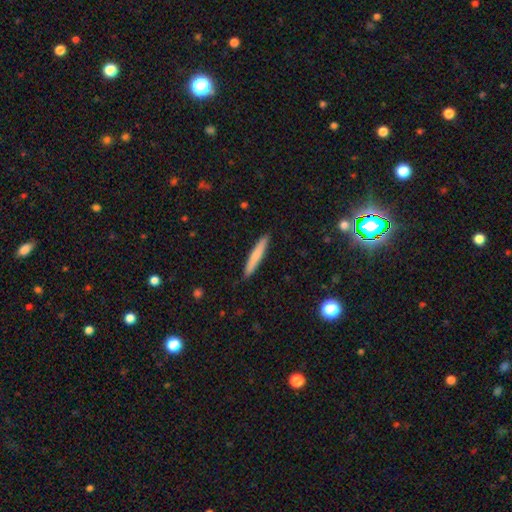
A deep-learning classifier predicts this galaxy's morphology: smooth_or_featured: smooth (p=0.74) [alt: featured or disk p=0.21]
how_rounded: cigar-shaped (p=0.94) [alt: in between p=0.04]
merging: none (p=0.91) [alt: minor disturbance p=0.07]